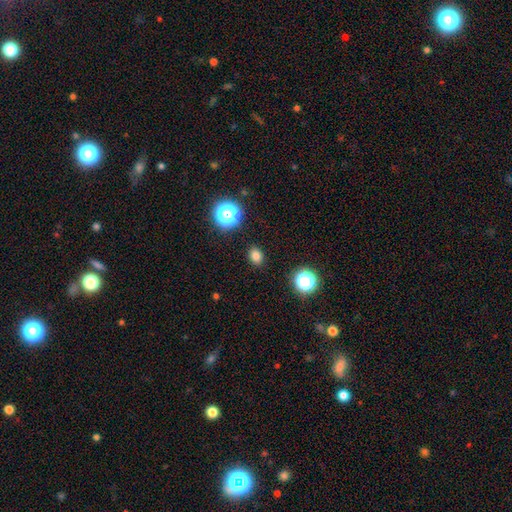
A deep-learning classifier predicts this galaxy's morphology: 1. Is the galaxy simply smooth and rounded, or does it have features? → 80% smooth, 16% star or artifact, 4% featured or disk.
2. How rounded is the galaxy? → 51% round, 48% in between, 1% cigar-shaped.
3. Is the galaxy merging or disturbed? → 89% none, 7% minor disturbance, 2% major disturbance, 1% merger.